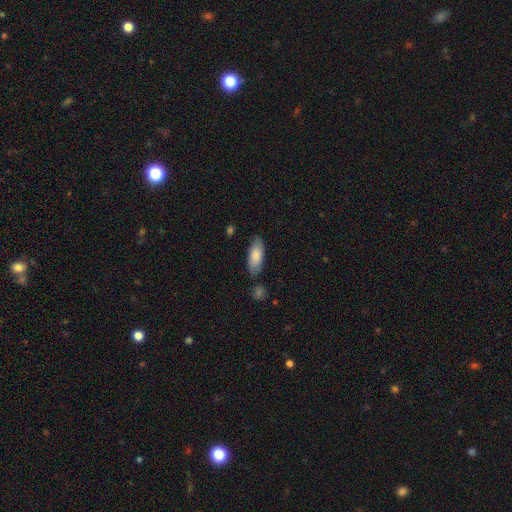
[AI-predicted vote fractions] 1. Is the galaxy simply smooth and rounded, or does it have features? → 81% smooth, 14% featured or disk, 6% star or artifact.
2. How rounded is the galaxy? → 79% in between, 19% cigar-shaped, 2% round.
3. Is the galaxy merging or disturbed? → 75% none, 16% minor disturbance, 5% merger, 3% major disturbance.